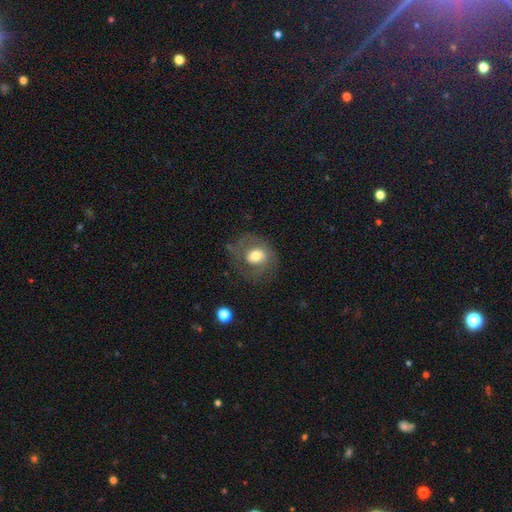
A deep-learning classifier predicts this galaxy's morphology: This is possibly a smooth galaxy (50%). Merging: possibly none (53%).